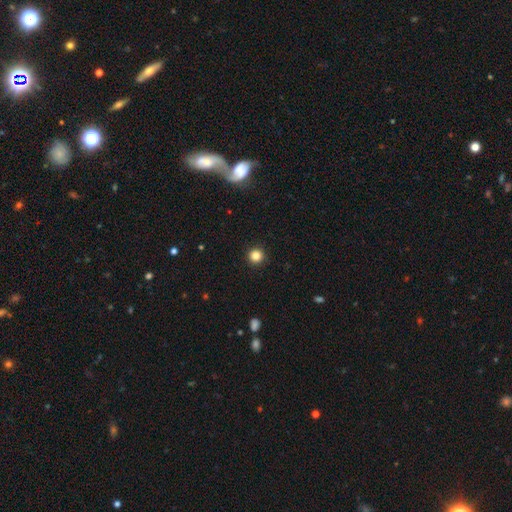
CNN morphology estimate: Q: Smooth or featured?
A: smooth (84%); runner-up: star or artifact (12%)
Q: How rounded?
A: round (95%); runner-up: in between (4%)
Q: Merging?
A: none (93%); runner-up: minor disturbance (5%)